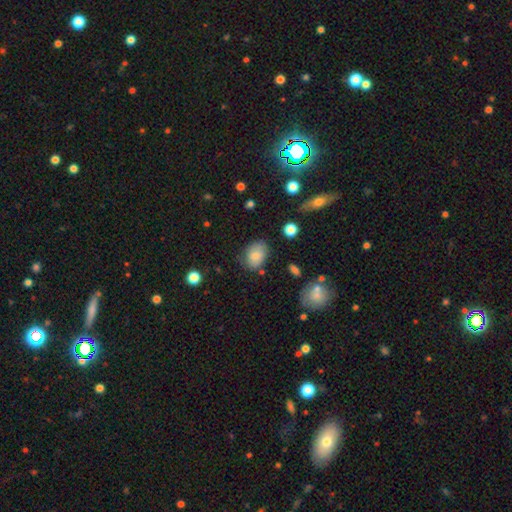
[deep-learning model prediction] Smooth or featured? smooth (79%)
How rounded? in between (70%)
Merging? none (68%)